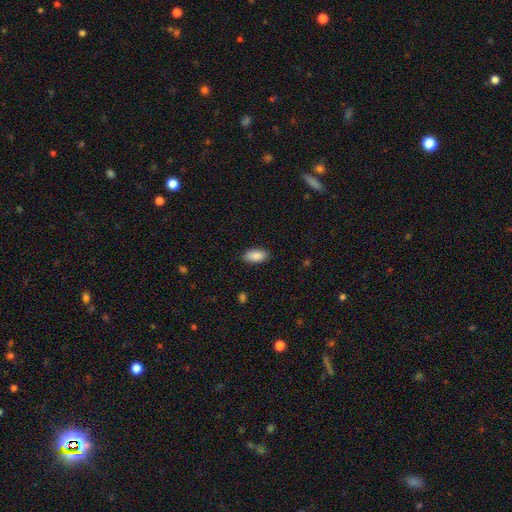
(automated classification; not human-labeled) Smooth or featured?
  - smooth: 90% *
  - star or artifact: 6%
  - featured or disk: 4%
How rounded?
  - in between: 92% *
  - cigar-shaped: 5%
  - round: 2%
Merging?
  - none: 88% *
  - minor disturbance: 9%
  - major disturbance: 2%
  - merger: 1%